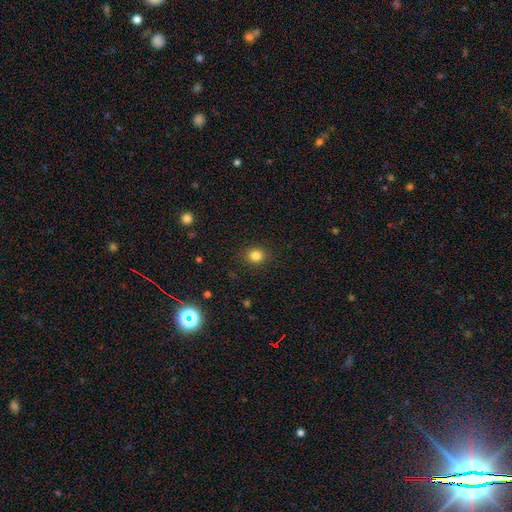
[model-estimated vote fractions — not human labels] Smooth or featured? smooth (83%)
How rounded? round (79%)
Merging? none (89%)